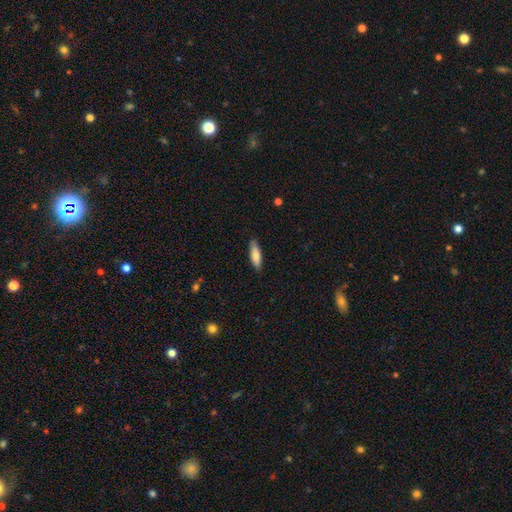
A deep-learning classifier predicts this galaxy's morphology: This appears to be a smooth galaxy with no disk features (76%) that is cigar-shaped (60%). Merging: none (86%).